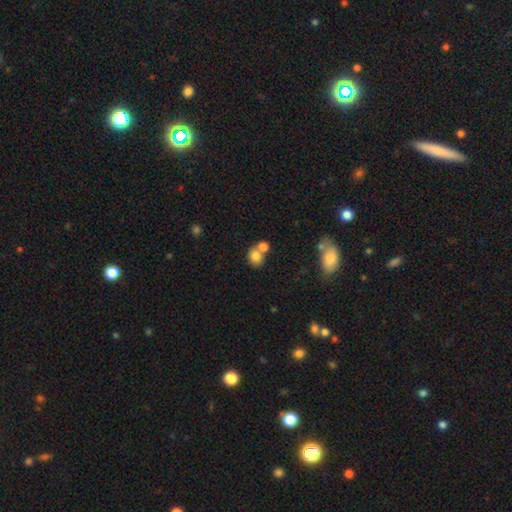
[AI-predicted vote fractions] Overall: smooth (79%). How rounded: round (71%). Merging: merger (47%; none 41%).